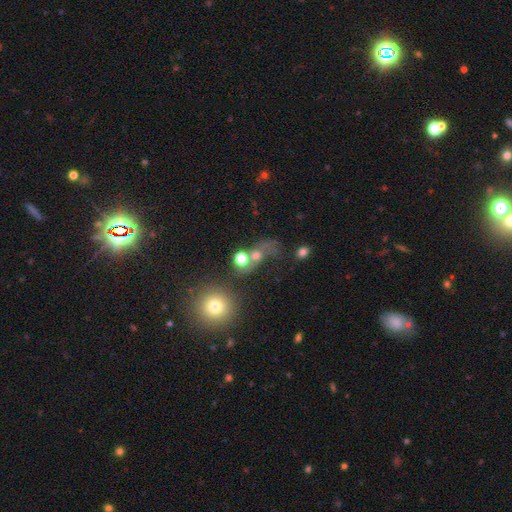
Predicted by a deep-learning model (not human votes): Morphology: type=smooth (53%); roundness=round (63%); merging=none (32%).